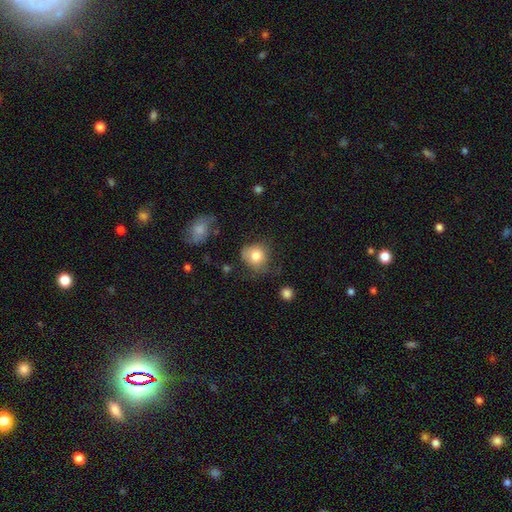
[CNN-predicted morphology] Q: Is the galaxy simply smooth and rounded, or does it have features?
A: smooth — 79%.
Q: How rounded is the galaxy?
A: round — 74%.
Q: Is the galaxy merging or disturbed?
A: none — 53%.